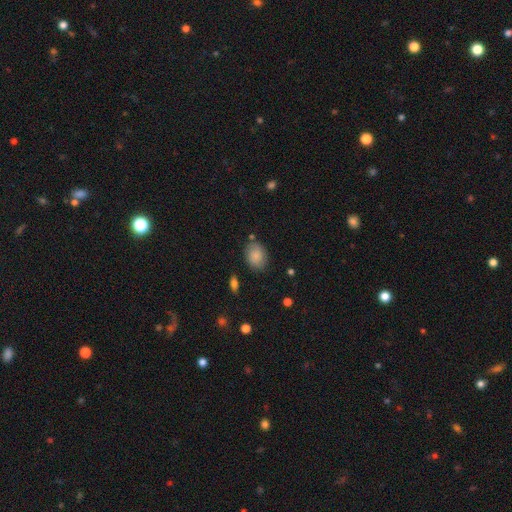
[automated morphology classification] This is clearly a smooth galaxy (84%). How rounded: likely in between (69%). Merging: likely none (77%).